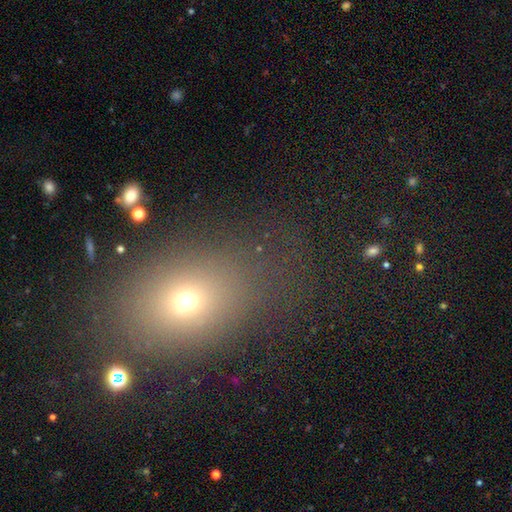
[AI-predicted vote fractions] Smooth or featured? Predicted: smooth (p=0.63). How rounded? Predicted: in between (p=0.64). Merging? Predicted: none (p=0.80).